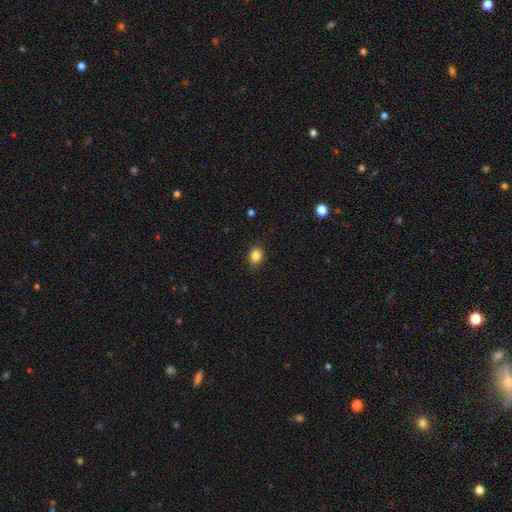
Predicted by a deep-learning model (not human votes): This is clearly a smooth galaxy (85%). How rounded: possibly round (53%). Merging: clearly none (89%).